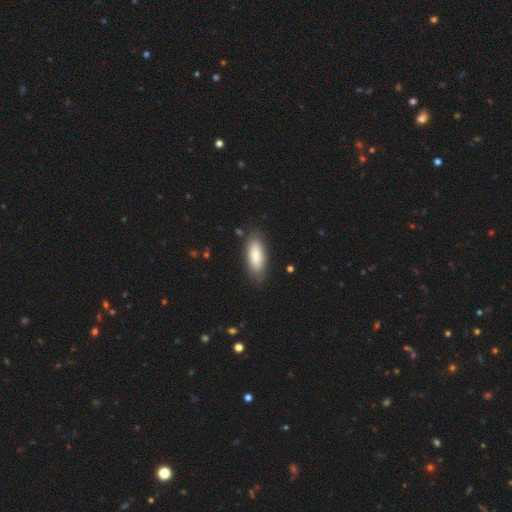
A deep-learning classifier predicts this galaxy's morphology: Q: Smooth or featured?
A: smooth (83%); runner-up: featured or disk (12%)
Q: How rounded?
A: in between (77%); runner-up: cigar-shaped (21%)
Q: Merging?
A: none (82%); runner-up: minor disturbance (13%)